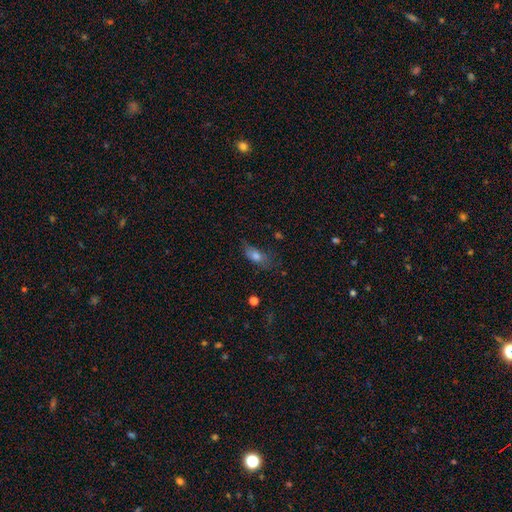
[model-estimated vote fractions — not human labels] Overall: smooth (72%). How rounded: in between (77%). Merging: none (45%; minor disturbance 31%).